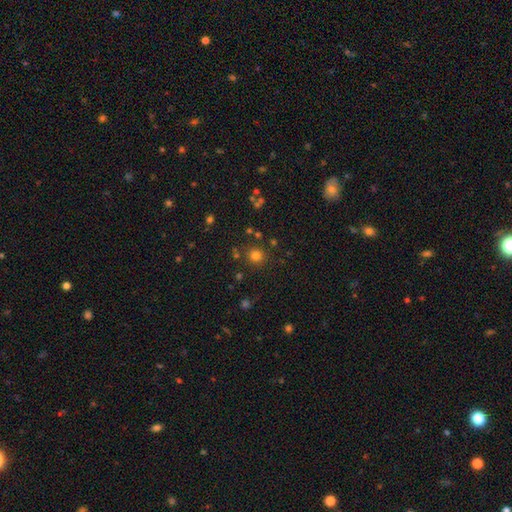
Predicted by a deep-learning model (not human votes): A smooth galaxy with no disk features (76%) that is round (92%). Merging: none (85%).